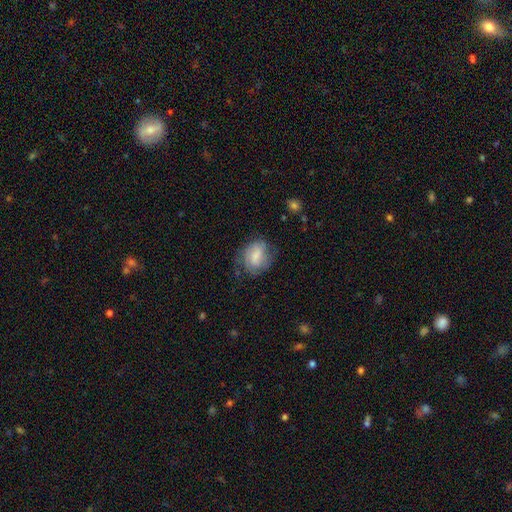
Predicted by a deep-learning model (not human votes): Morphology: type=smooth (65%); roundness=in between (54%); merging=none (60%).